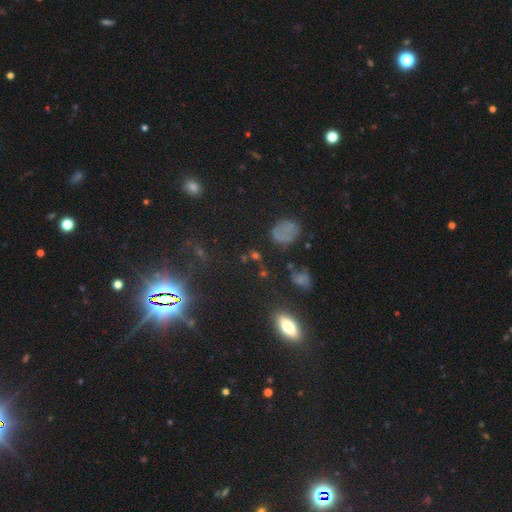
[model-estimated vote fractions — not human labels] Smooth or featured? Predicted: star or artifact (p=0.53).